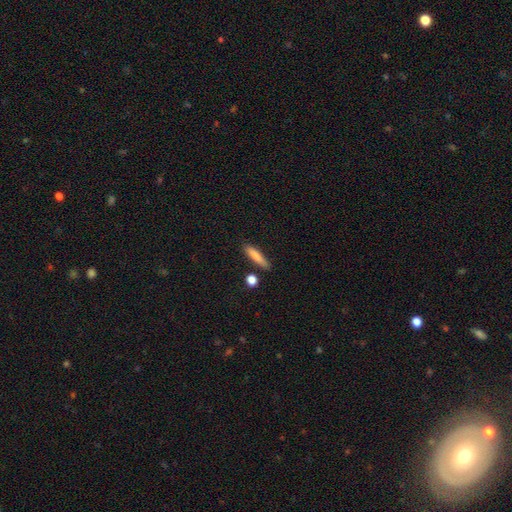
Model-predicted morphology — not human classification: Smooth or featured?
  - smooth: 80% *
  - featured or disk: 14%
  - star or artifact: 7%
How rounded?
  - cigar-shaped: 80% *
  - in between: 17%
  - round: 3%
Merging?
  - none: 79% *
  - minor disturbance: 13%
  - merger: 5%
  - major disturbance: 3%